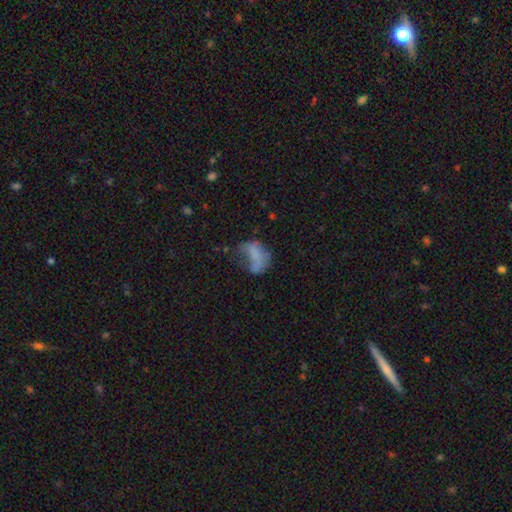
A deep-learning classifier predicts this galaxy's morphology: The model was most divided on "merging": major disturbance: 45%, none: 25%, minor disturbance: 22%, merger: 8%. More confident: how rounded — in between (80%); smooth or featured — smooth (56%).